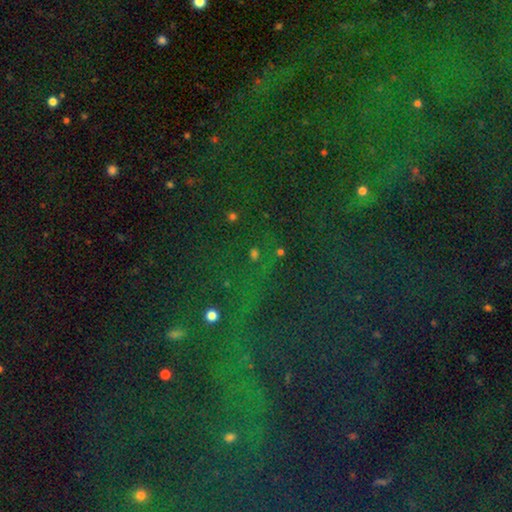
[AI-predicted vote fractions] Overall: star or artifact (79%).